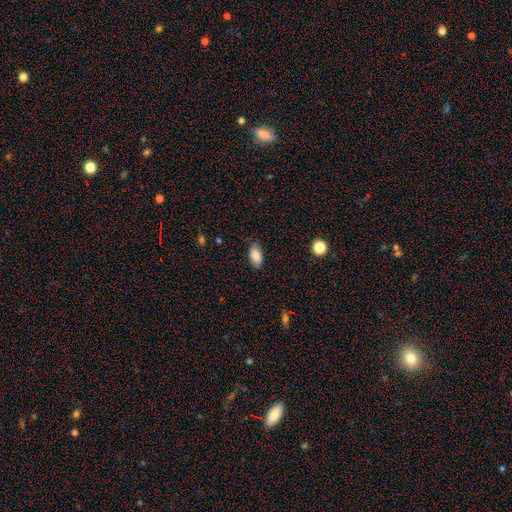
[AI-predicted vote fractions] This is clearly a smooth galaxy (87%). How rounded: clearly in between (92%). Merging: likely none (80%).